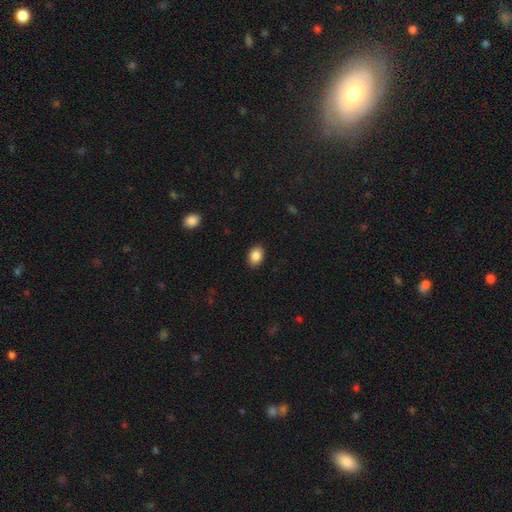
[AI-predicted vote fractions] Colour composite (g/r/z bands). It shows a smooth galaxy with no disk features (87%) that is in between round and cigar-shaped (77%). Merging: none (89%).